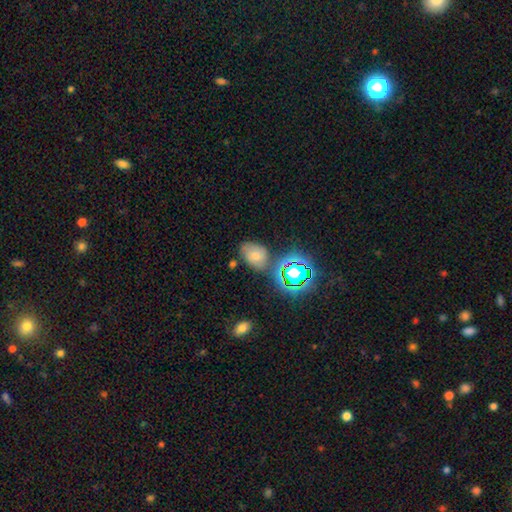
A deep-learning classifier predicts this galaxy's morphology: smooth 40%, star or artifact 39%, featured or disk 21%. Down the decision tree: merging — none (66%).